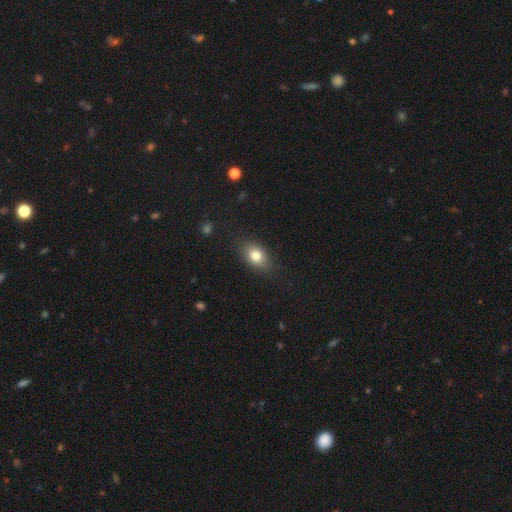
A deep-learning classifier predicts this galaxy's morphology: Smooth or featured?
  - smooth: 78% *
  - featured or disk: 12%
  - star or artifact: 9%
How rounded?
  - in between: 79% *
  - round: 19%
  - cigar-shaped: 3%
Merging?
  - none: 83% *
  - minor disturbance: 13%
  - major disturbance: 3%
  - merger: 1%